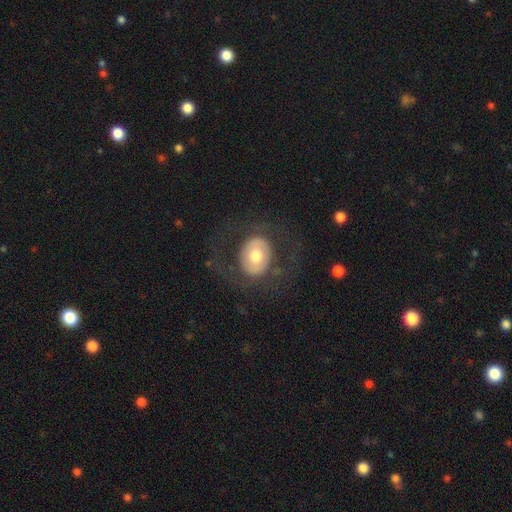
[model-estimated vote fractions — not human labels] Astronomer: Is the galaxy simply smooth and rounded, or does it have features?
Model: smooth — 49% (runner-up: featured or disk, 44%).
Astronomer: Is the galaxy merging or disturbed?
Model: none — 72%.